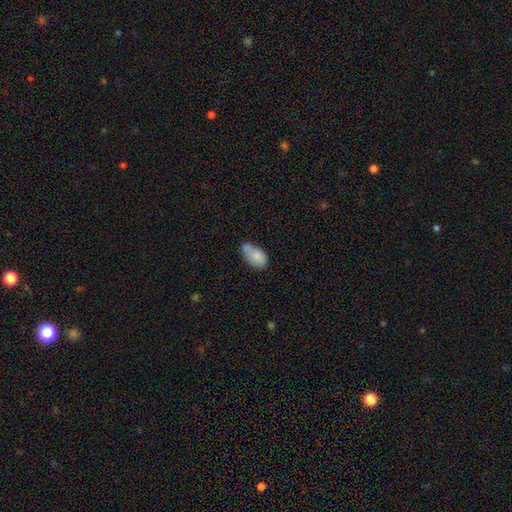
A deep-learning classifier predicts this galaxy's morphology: smooth_or_featured: smooth (p=0.79) [alt: featured or disk p=0.14]
how_rounded: in between (p=0.92) [alt: round p=0.06]
merging: none (p=0.40) [alt: minor disturbance p=0.30]